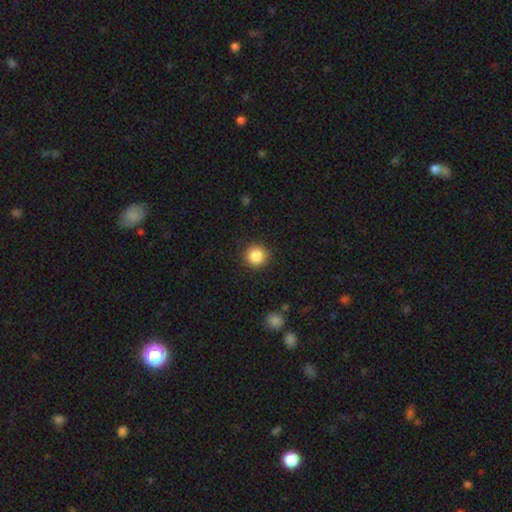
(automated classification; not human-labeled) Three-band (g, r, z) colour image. It shows a smooth galaxy with no disk features (87%) that is round (95%). Merging: none (91%).